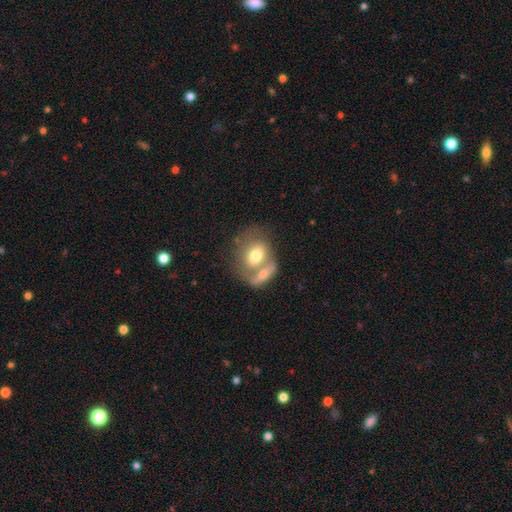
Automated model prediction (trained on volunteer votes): This appears to be a smooth galaxy with no disk features (61%) that is in between round and cigar-shaped (59%). Merging: merger (55%).